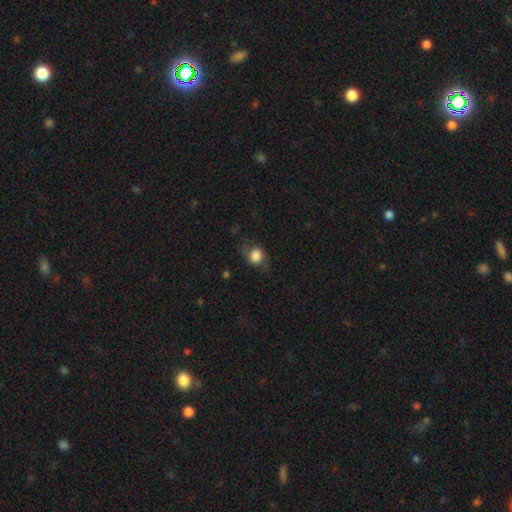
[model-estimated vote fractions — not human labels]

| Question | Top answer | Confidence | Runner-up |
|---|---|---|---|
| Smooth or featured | smooth | 75% | featured or disk (16%) |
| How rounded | round | 63% | in between (36%) |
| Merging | none | 60% | minor disturbance (23%) |